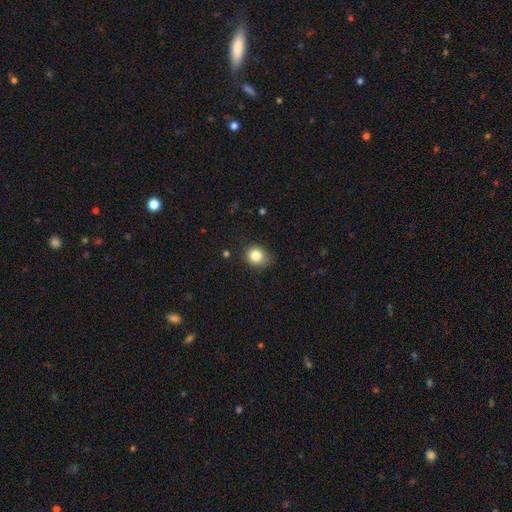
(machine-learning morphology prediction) Overall: smooth (83%). How rounded: round (70%). Merging: none (71%).